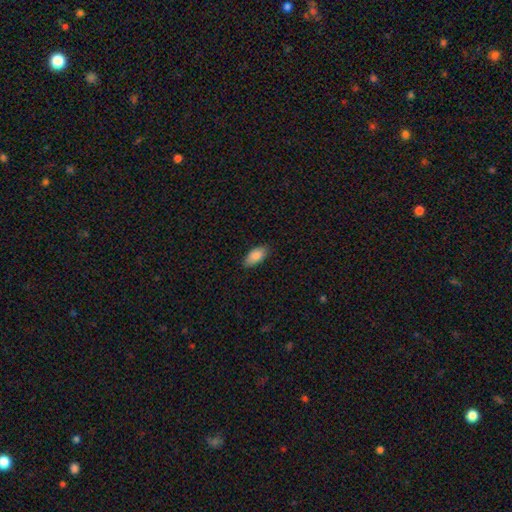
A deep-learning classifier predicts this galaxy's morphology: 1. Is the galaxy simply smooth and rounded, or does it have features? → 87% smooth, 7% featured or disk, 7% star or artifact.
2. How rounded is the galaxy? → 91% in between, 7% cigar-shaped, 2% round.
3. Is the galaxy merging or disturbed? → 85% none, 12% minor disturbance, 2% major disturbance, 1% merger.